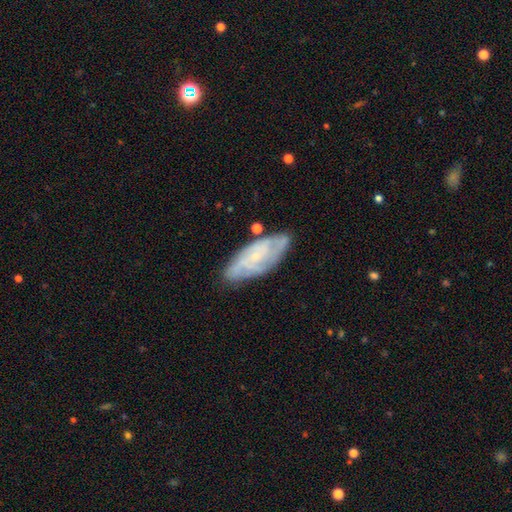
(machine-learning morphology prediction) Q: Smooth or featured?
A: featured or disk (66%); runner-up: smooth (27%)
Q: Edge-on disk?
A: no (87%); runner-up: yes (13%)
Q: Bar?
A: no (70%); runner-up: weak (25%)
Q: Spiral arms?
A: yes (82%); runner-up: no (18%)
Q: Bulge size?
A: small (73%); runner-up: moderate (16%)
Q: Merging?
A: none (74%); runner-up: minor disturbance (19%)